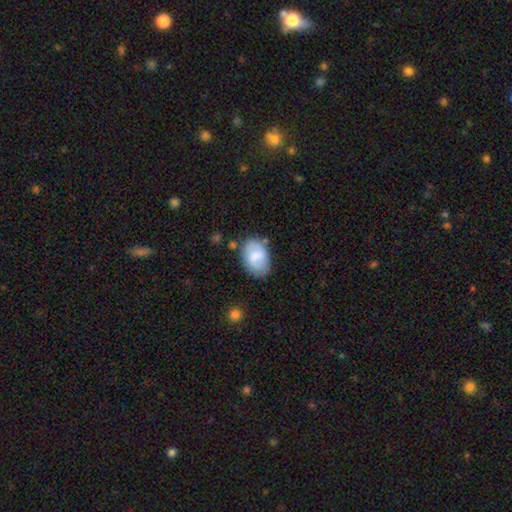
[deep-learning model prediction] Morphology: type=smooth (71%); roundness=in between (88%); merging=none (72%).